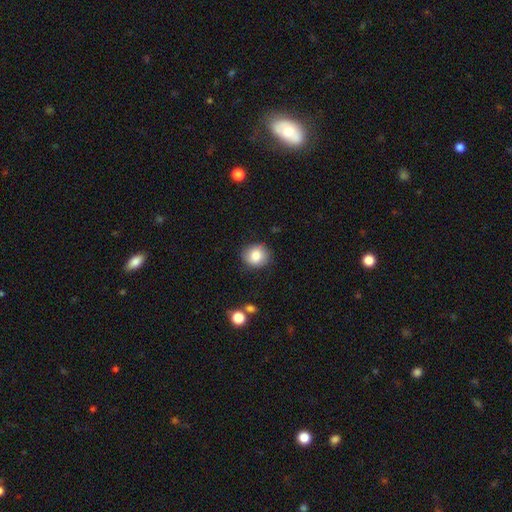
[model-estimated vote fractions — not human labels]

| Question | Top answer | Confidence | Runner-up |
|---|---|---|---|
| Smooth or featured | smooth | 84% | star or artifact (9%) |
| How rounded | round | 81% | in between (18%) |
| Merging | none | 84% | minor disturbance (12%) |